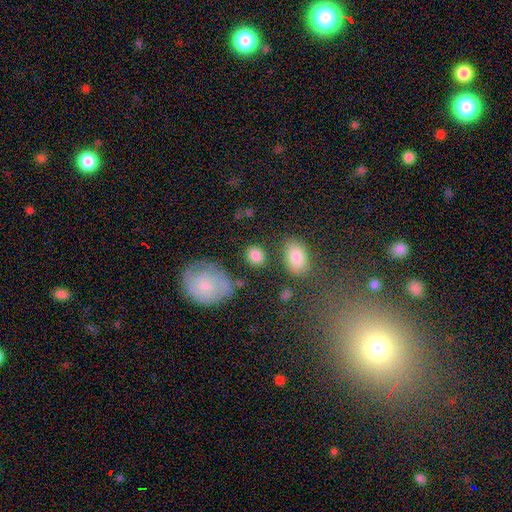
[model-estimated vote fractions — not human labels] A smooth galaxy with no disk features (85%) that is round (60%).

Vote fractions:
- Smooth or featured? smooth: 85% / star or artifact: 7% / featured or disk: 7%
- How rounded? round: 60% / in between: 39% / cigar-shaped: 2%
- Merging? none: 78% / minor disturbance: 12% / merger: 6% / major disturbance: 5%